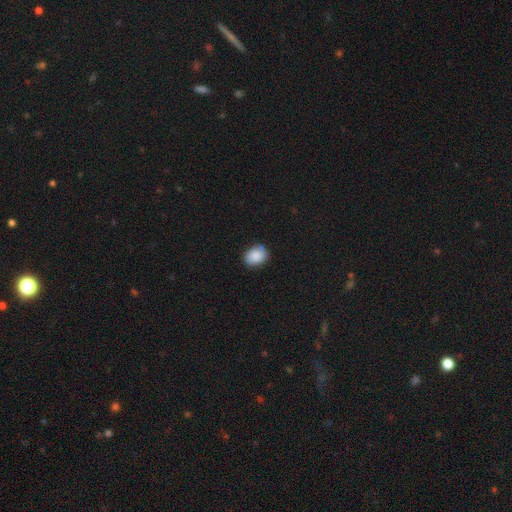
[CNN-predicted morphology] This is clearly a smooth galaxy (85%). How rounded: likely in between (60%). Merging: likely none (78%).